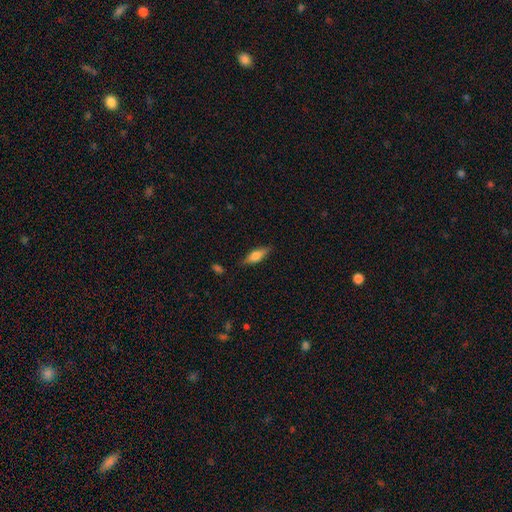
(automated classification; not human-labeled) smooth 57%, featured or disk 37%, star or artifact 7%. Down the decision tree: how rounded — in between (51%); merging — none (83%).